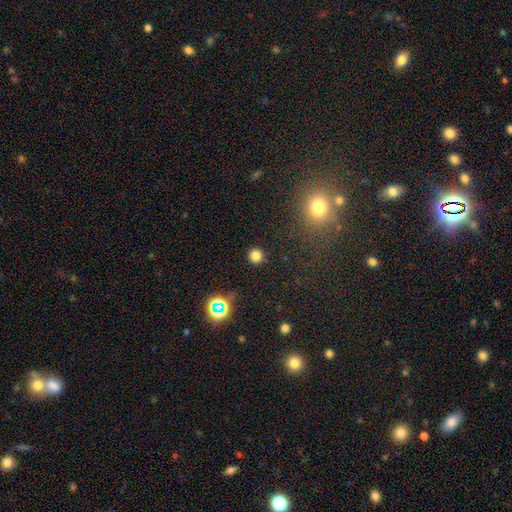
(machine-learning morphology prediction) type=smooth (80%); roundness=round (94%); merging=none (91%).